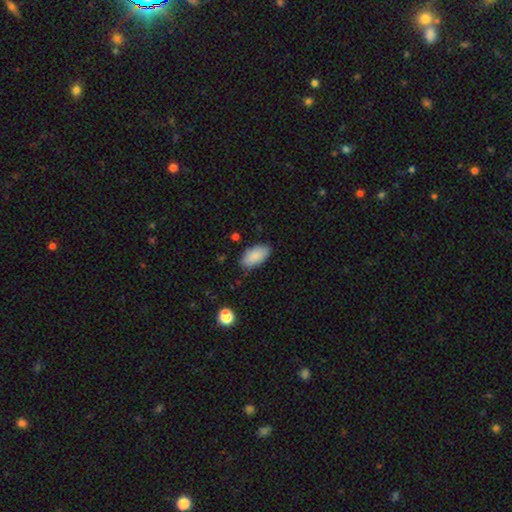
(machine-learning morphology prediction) type=smooth (88%); roundness=in between (95%); merging=none (84%).